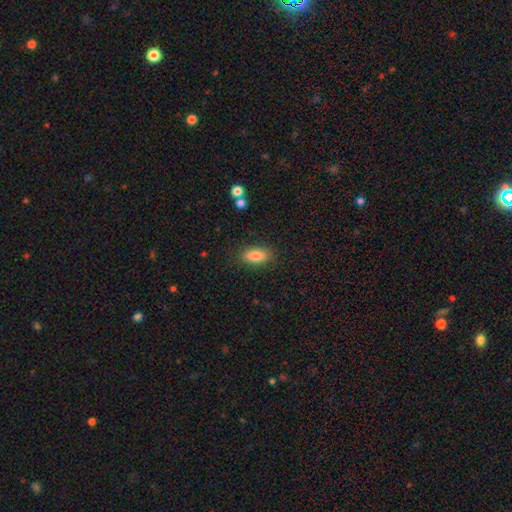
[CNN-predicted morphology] This is clearly a smooth galaxy (82%). How rounded: clearly in between (84%). Merging: clearly none (86%).